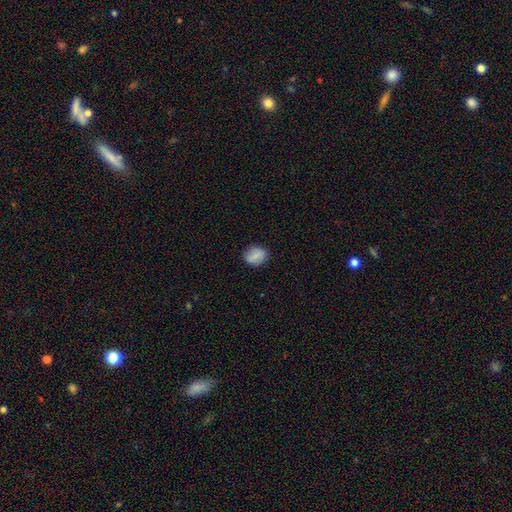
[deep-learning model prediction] Overall: smooth (81%). How rounded: round (56%; in between 43%). Merging: none (82%).